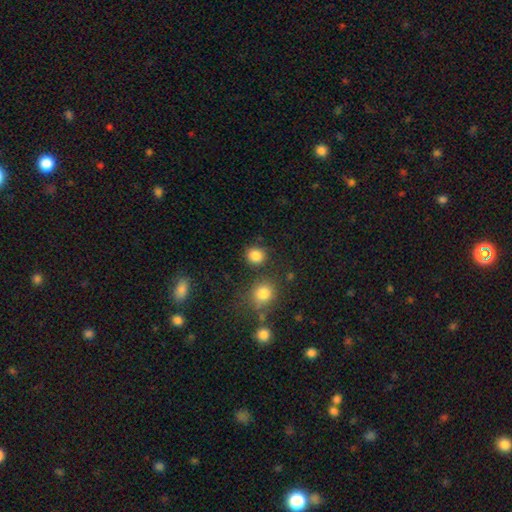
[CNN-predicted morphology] Smooth or featured? Predicted: smooth (p=0.84). How rounded? Predicted: round (p=0.82). Merging? Predicted: none (p=0.80).